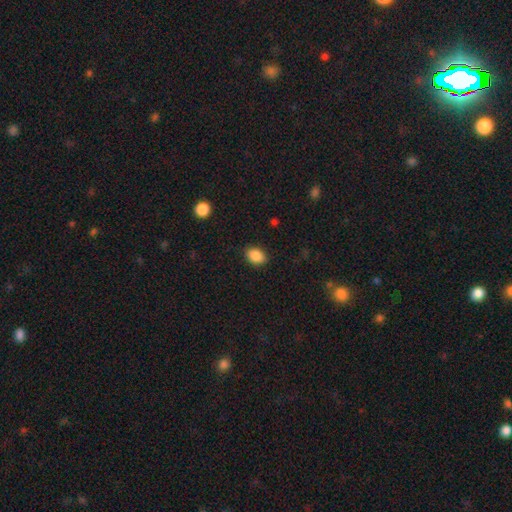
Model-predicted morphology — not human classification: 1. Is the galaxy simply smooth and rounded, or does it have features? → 88% smooth, 8% star or artifact, 4% featured or disk.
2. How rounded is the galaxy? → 74% in between, 24% round, 1% cigar-shaped.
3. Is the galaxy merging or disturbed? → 86% none, 11% minor disturbance, 3% major disturbance, 1% merger.